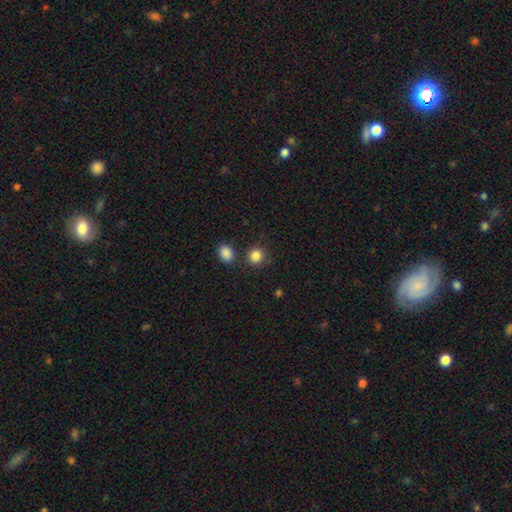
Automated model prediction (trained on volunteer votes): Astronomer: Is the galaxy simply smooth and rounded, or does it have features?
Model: smooth — 85%.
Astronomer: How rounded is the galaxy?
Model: round — 87%.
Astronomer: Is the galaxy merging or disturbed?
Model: none — 80%.